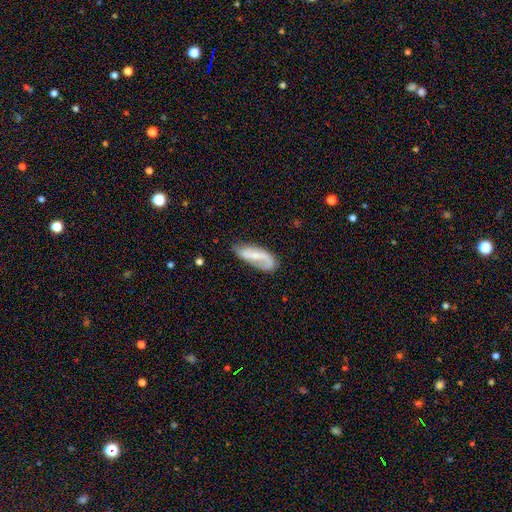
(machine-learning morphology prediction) Smooth or featured?
  - featured or disk: 64% *
  - smooth: 30%
  - star or artifact: 6%
Edge-on disk?
  - no: 92% *
  - yes: 8%
Bar?
  - weak: 37% *
  - no: 36%
  - strong: 27%
Spiral arms?
  - yes: 87% *
  - no: 13%
Spiral winding?
  - loose: 58% *
  - medium: 28%
  - tight: 13%
Spiral arm count?
  - 2: 62% *
  - 1: 28%
  - can't tell: 7%
  - 3: 1%
  - 4: 1%
  - more than 4: 1%
Bulge size?
  - small: 55% *
  - moderate: 24%
  - none: 18%
  - large: 3%
  - dominant: 1%
Merging?
  - none: 55% *
  - minor disturbance: 27%
  - major disturbance: 14%
  - merger: 3%